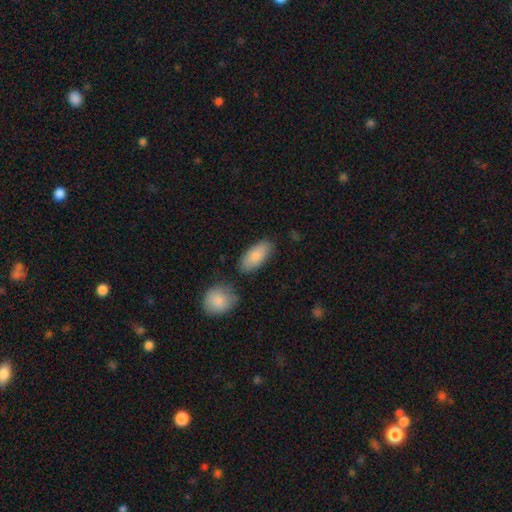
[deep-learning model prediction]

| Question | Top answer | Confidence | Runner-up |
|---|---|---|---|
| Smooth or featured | smooth | 84% | featured or disk (10%) |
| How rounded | in between | 89% | cigar-shaped (9%) |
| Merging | none | 75% | minor disturbance (14%) |